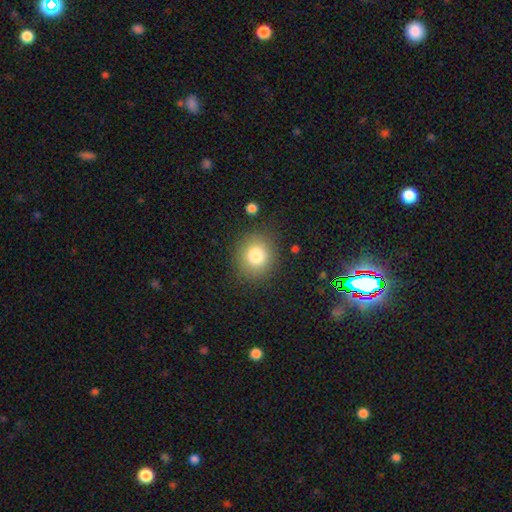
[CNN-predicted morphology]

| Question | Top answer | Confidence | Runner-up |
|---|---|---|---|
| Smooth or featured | smooth | 81% | star or artifact (11%) |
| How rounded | round | 85% | in between (14%) |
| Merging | none | 85% | minor disturbance (9%) |